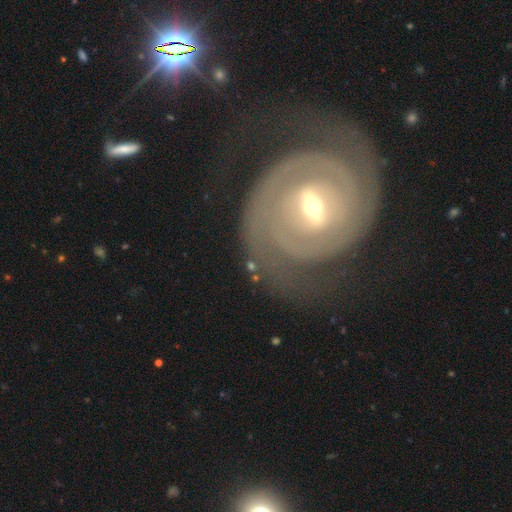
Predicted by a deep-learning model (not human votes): A featured or disk galaxy (88%) with a weak bar (44%), 2 (65%) tight (74%) spiral arms (94%) and a moderate central bulge (59%). Merging: none (69%).